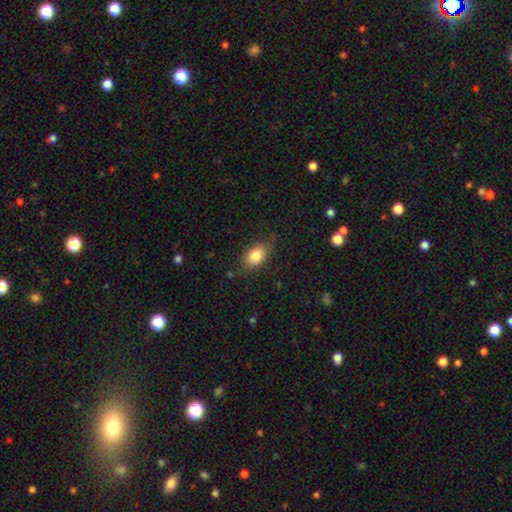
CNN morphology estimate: Smooth or featured?
  - smooth: 83% *
  - featured or disk: 10%
  - star or artifact: 8%
How rounded?
  - in between: 87% *
  - round: 10%
  - cigar-shaped: 3%
Merging?
  - none: 75% *
  - minor disturbance: 19%
  - major disturbance: 5%
  - merger: 1%